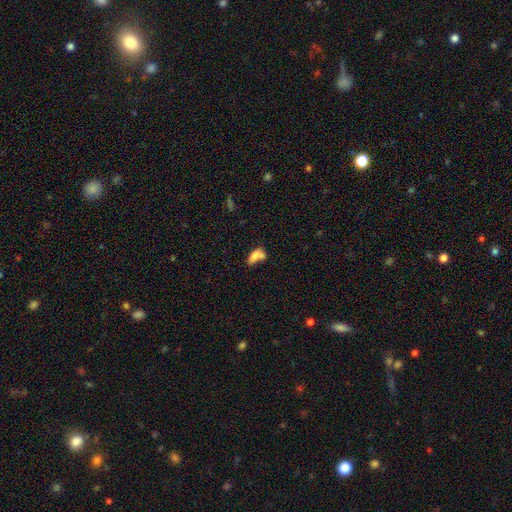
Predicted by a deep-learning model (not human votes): Smooth or featured?
  - smooth: 73% *
  - featured or disk: 17%
  - star or artifact: 10%
How rounded?
  - in between: 79% *
  - cigar-shaped: 16%
  - round: 5%
Merging?
  - merger: 47% *
  - none: 28%
  - minor disturbance: 15%
  - major disturbance: 10%